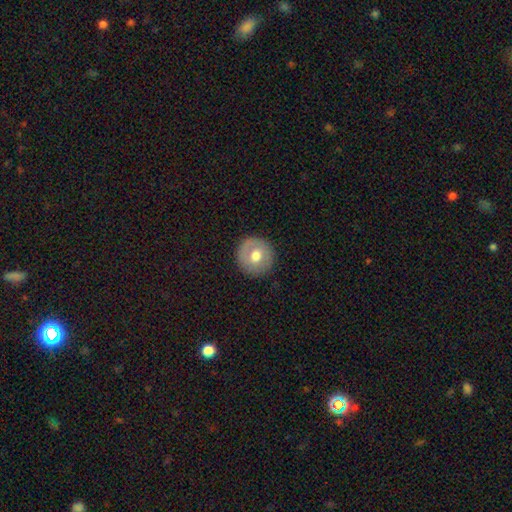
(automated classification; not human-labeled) Smooth or featured?
  - smooth: 63% *
  - featured or disk: 30%
  - star or artifact: 7%
How rounded?
  - round: 95% *
  - in between: 4%
  - cigar-shaped: 1%
Merging?
  - none: 88% *
  - minor disturbance: 8%
  - major disturbance: 3%
  - merger: 1%